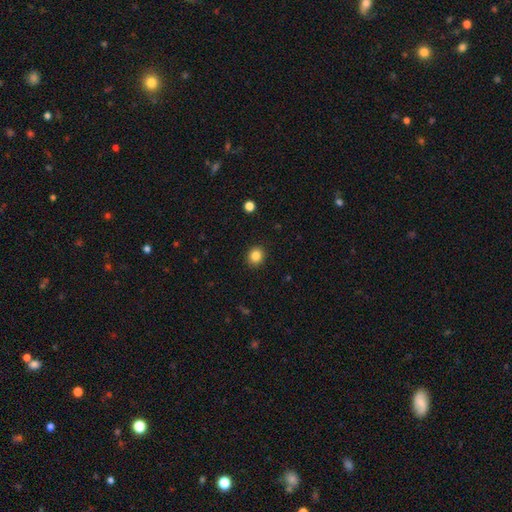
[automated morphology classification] Smooth or featured? smooth (85%)
How rounded? round (82%)
Merging? none (91%)